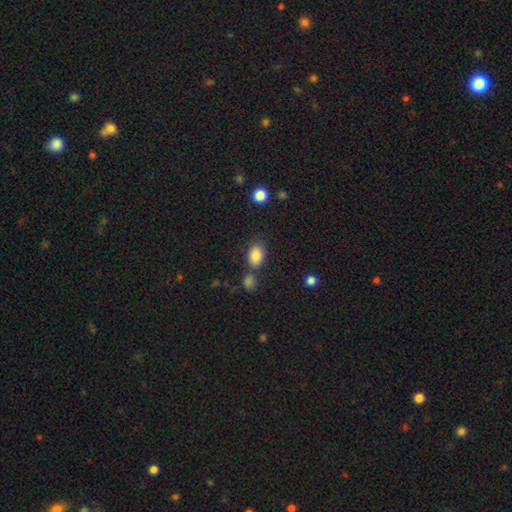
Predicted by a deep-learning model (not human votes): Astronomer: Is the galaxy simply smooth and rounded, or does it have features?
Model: smooth — 86%.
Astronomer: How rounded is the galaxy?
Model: in between — 83%.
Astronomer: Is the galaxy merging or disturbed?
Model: none — 66%.